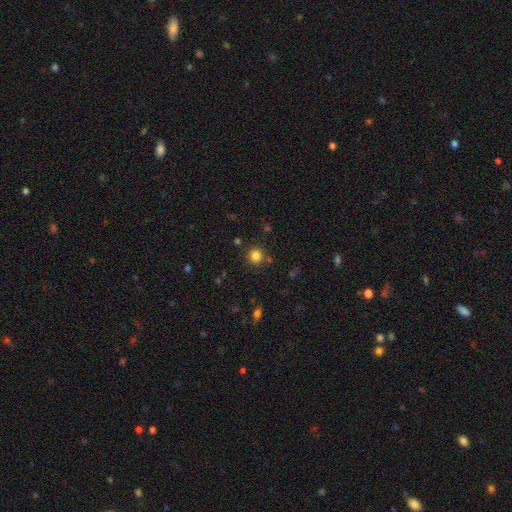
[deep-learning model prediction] A smooth galaxy with no disk features (82%) that is round (92%). Merging: none (86%).